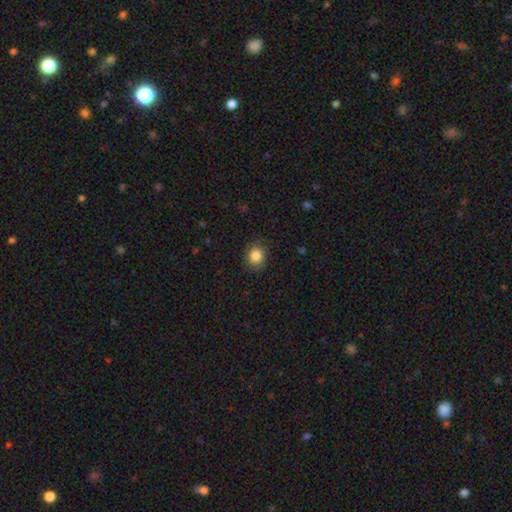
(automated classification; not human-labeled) smooth_or_featured: smooth (p=0.86) [alt: star or artifact p=0.10]
how_rounded: round (p=0.75) [alt: in between p=0.25]
merging: none (p=0.85) [alt: minor disturbance p=0.11]